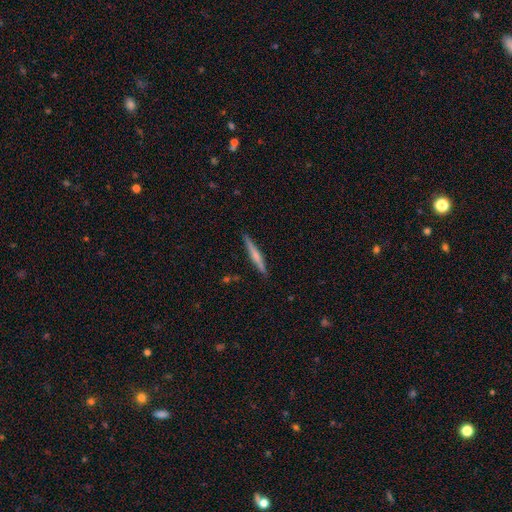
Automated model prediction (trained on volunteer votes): smooth_or_featured: featured or disk (p=0.49) [alt: smooth p=0.45]
merging: none (p=0.90) [alt: minor disturbance p=0.07]